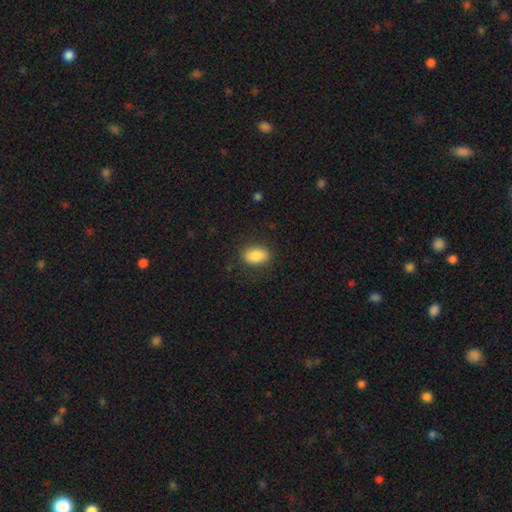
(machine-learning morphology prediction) Smooth or featured? smooth (86%)
How rounded? in between (86%)
Merging? none (83%)